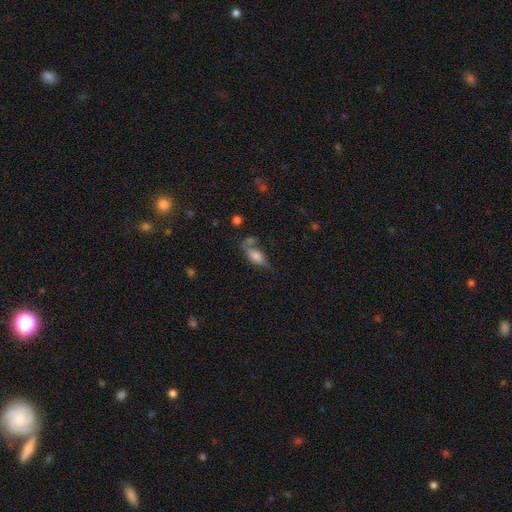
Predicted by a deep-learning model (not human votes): A smooth galaxy with no disk features (63%) that is in between round and cigar-shaped (69%). Merging: none (45%).